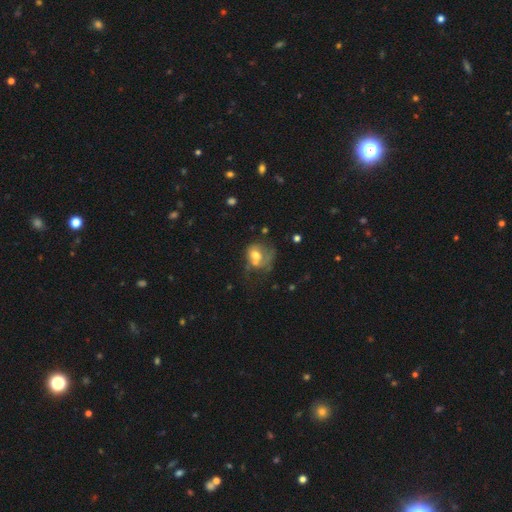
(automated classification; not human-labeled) A smooth galaxy with no disk features (54%) that is round (57%).

Vote fractions:
- Smooth or featured? smooth: 54% / featured or disk: 36% / star or artifact: 10%
- How rounded? round: 57% / in between: 42% / cigar-shaped: 1%
- Merging? major disturbance: 33% / none: 25% / merger: 22% / minor disturbance: 21%